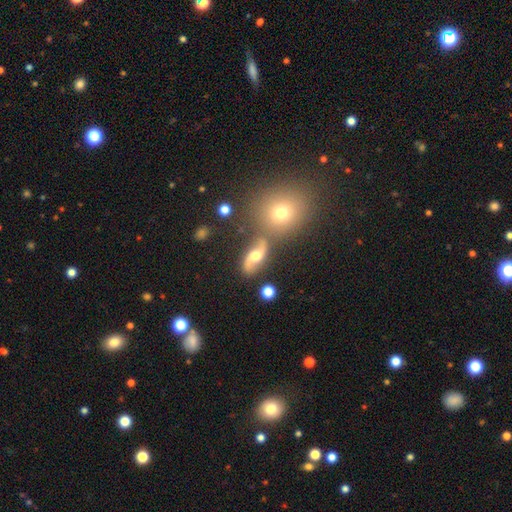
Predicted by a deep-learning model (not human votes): Smooth or featured?
  - featured or disk: 69% *
  - smooth: 23%
  - star or artifact: 9%
Edge-on disk?
  - no: 92% *
  - yes: 8%
Bar?
  - no: 58% *
  - weak: 31%
  - strong: 11%
Spiral arms?
  - yes: 88% *
  - no: 12%
Spiral winding?
  - loose: 73% *
  - medium: 21%
  - tight: 6%
Spiral arm count?
  - 2: 93% *
  - can't tell: 2%
  - 1: 2%
  - 3: 1%
  - 4: 1%
  - more than 4: 1%
Bulge size?
  - moderate: 65% *
  - large: 22%
  - small: 9%
  - dominant: 3%
  - none: 2%
Merging?
  - none: 65% *
  - minor disturbance: 15%
  - merger: 12%
  - major disturbance: 8%